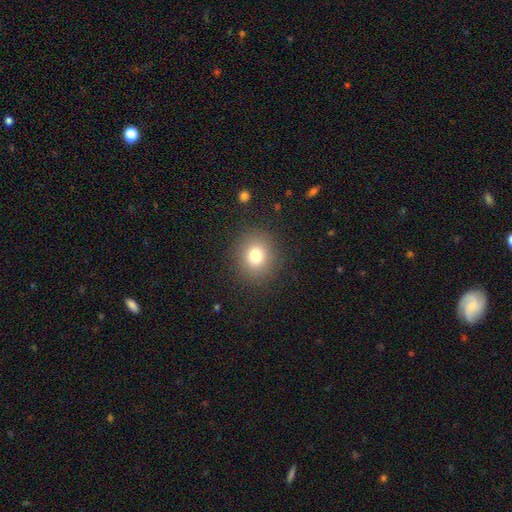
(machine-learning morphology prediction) Smooth or featured? Predicted: smooth (p=0.77). How rounded? Predicted: round (p=0.81). Merging? Predicted: none (p=0.88).